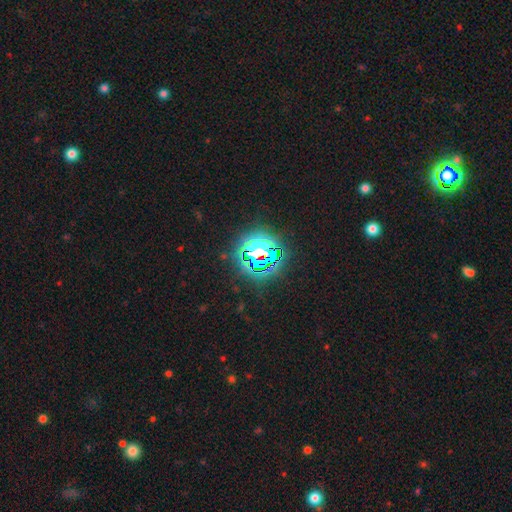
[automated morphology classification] A star or artifact, not a galaxy (72%).